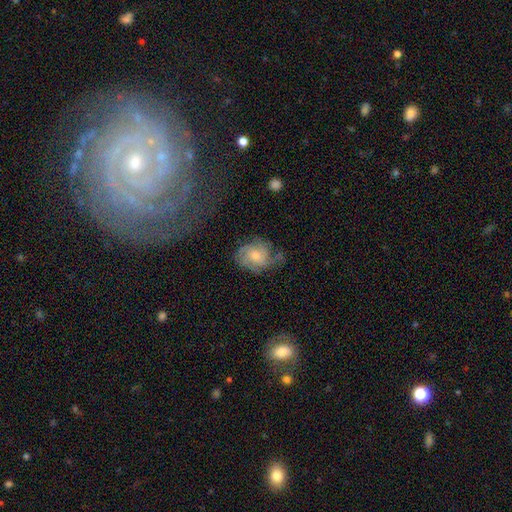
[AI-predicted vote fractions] A featured or disk galaxy (70%) with no bar (74%), tight (48%) spiral arms (92%) and a moderate central bulge (51%).

Vote fractions:
- Smooth or featured? featured or disk: 70% / smooth: 22% / star or artifact: 8%
- Edge-on disk? no: 97% / yes: 3%
- Bar? no: 74% / weak: 23% / strong: 3%
- Spiral arms? yes: 92% / no: 8%
- Spiral winding? tight: 48% / medium: 39% / loose: 13%
- Spiral arm count? can't tell: 30% / 3: 27% / 2: 16% / 4: 16% / more than 4: 6% / 1: 6%
- Bulge size? moderate: 51% / small: 37% / large: 6% / none: 4% / dominant: 1%
- Merging? none: 59% / minor disturbance: 25% / major disturbance: 15% / merger: 2%